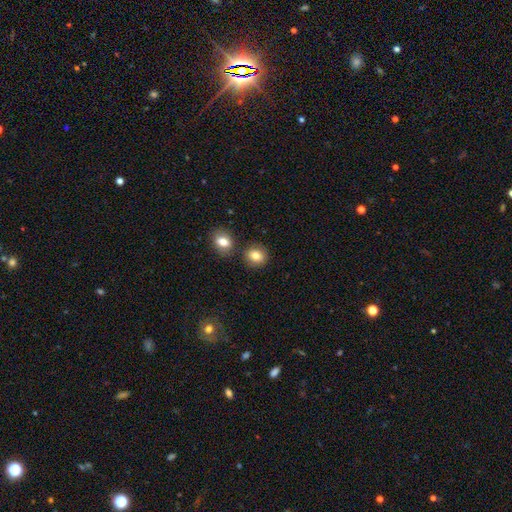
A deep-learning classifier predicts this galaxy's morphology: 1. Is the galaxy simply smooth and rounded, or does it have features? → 82% smooth, 10% star or artifact, 8% featured or disk.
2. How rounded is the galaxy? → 71% round, 28% in between, 1% cigar-shaped.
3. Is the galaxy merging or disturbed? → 76% none, 12% merger, 10% minor disturbance, 3% major disturbance.